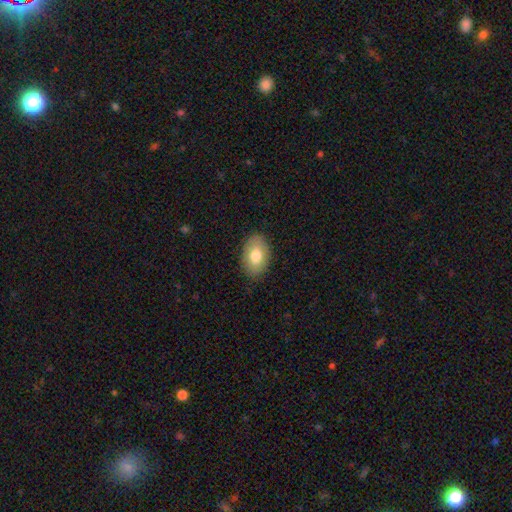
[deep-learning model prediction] Smooth or featured? Predicted: smooth (p=0.77). How rounded? Predicted: in between (p=0.88). Merging? Predicted: none (p=0.86).